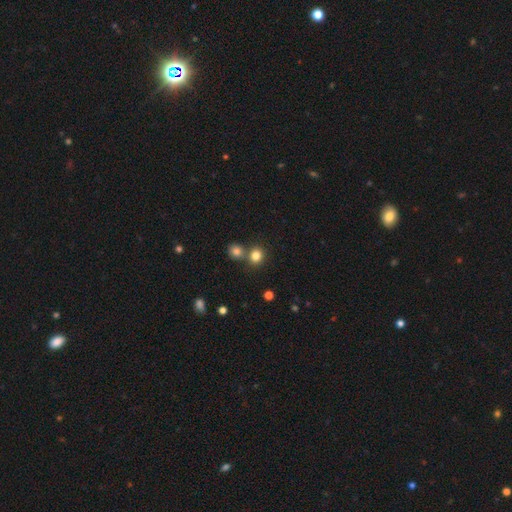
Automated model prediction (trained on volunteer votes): A smooth galaxy with no disk features (81%) that is round (81%).

Vote fractions:
- Smooth or featured? smooth: 81% / star or artifact: 13% / featured or disk: 6%
- How rounded? round: 81% / in between: 18% / cigar-shaped: 1%
- Merging? none: 64% / merger: 26% / minor disturbance: 8% / major disturbance: 3%